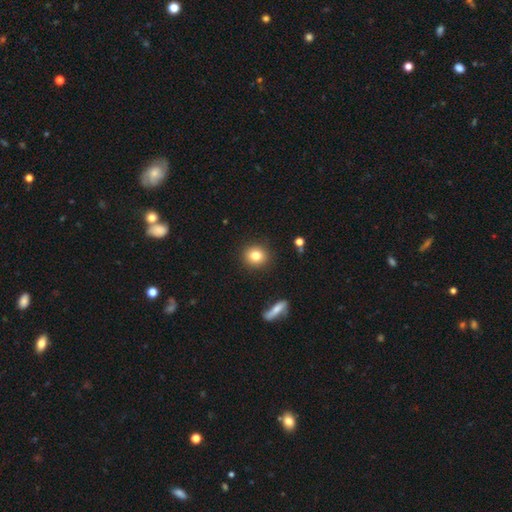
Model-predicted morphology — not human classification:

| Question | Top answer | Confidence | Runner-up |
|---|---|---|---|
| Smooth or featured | smooth | 81% | star or artifact (11%) |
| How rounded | round | 87% | in between (12%) |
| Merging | none | 90% | minor disturbance (6%) |